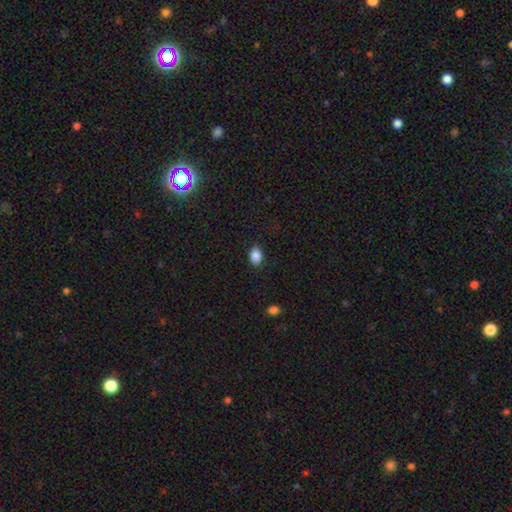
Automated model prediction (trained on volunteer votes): The model was most divided on "how rounded": in between: 81%, round: 18%, cigar-shaped: 1%. More confident: smooth or featured — smooth (88%); merging — none (87%).